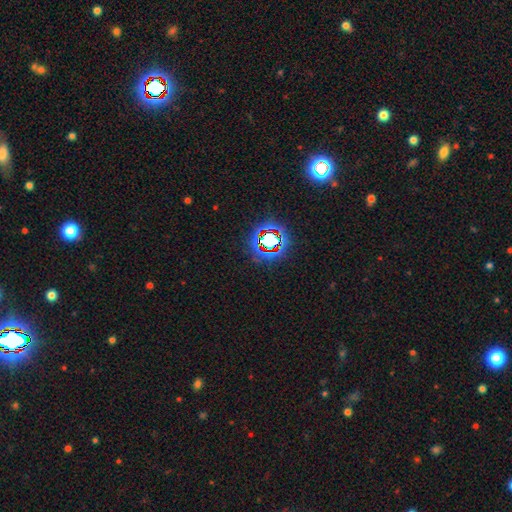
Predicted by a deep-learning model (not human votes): Smooth or featured? star or artifact (65%)